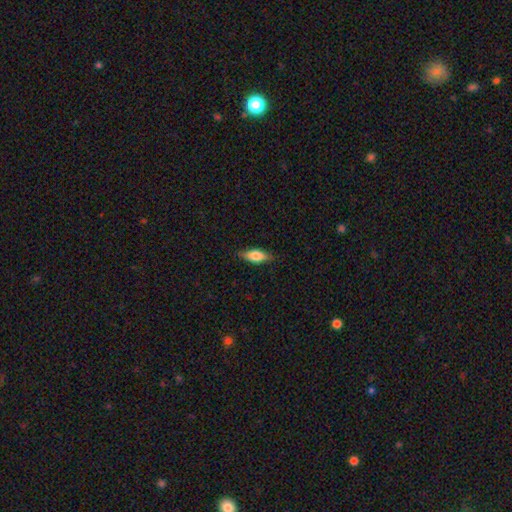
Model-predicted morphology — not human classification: Smooth or featured? smooth (67%)
How rounded? in between (68%)
Merging? none (82%)